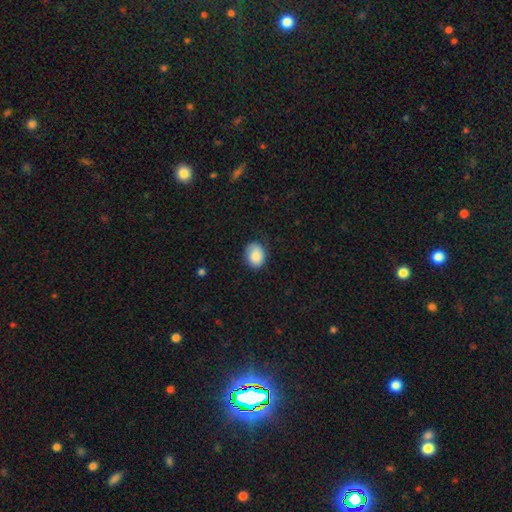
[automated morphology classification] smooth-or-featured: smooth: 86% | star or artifact: 7% | featured or disk: 7%
  how-rounded: in between: 53% | round: 46% | cigar-shaped: 1%
  merging: none: 77% | minor disturbance: 18% | major disturbance: 4% | merger: 1%